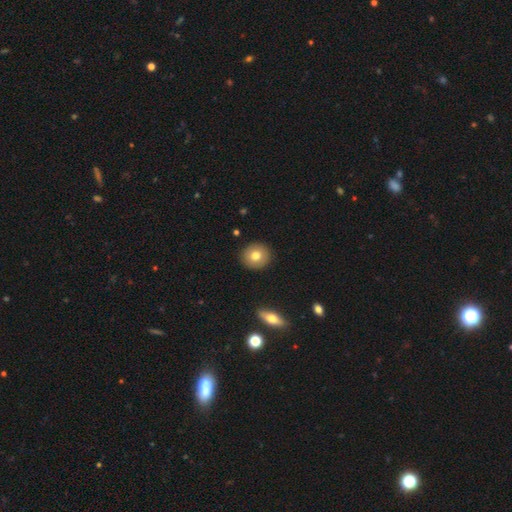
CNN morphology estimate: Smooth or featured: smooth — 76% (featured or disk — 16%)
How rounded: round — 89% (in between — 10%)
Merging: none — 91% (minor disturbance — 6%)